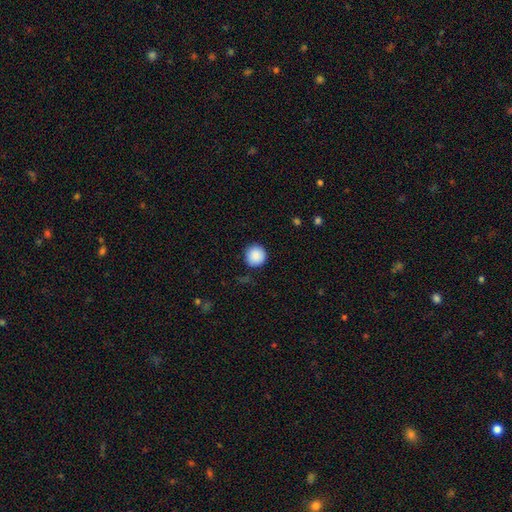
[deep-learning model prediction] Q: Smooth or featured?
A: smooth (89%); runner-up: star or artifact (8%)
Q: How rounded?
A: round (95%); runner-up: in between (5%)
Q: Merging?
A: none (88%); runner-up: minor disturbance (9%)